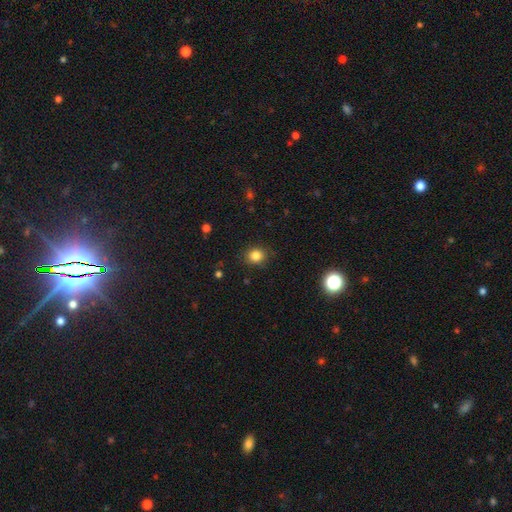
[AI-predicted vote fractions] smooth_or_featured: smooth (p=0.83) [alt: star or artifact p=0.12]
how_rounded: round (p=0.75) [alt: in between p=0.25]
merging: none (p=0.87) [alt: minor disturbance p=0.09]